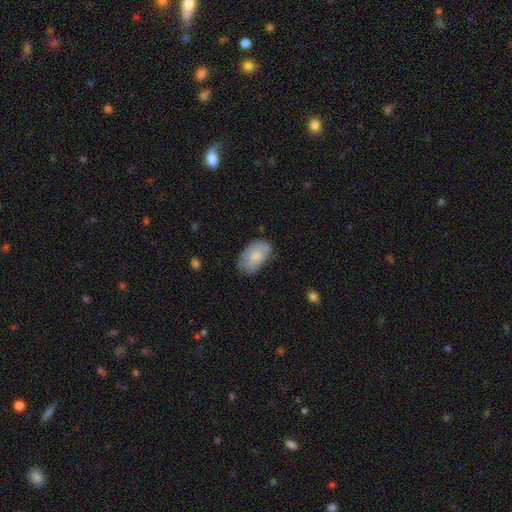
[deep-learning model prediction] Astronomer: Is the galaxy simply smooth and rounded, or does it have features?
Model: smooth — 69%.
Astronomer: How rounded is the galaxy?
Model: in between — 93%.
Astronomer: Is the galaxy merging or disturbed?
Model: none — 63%.